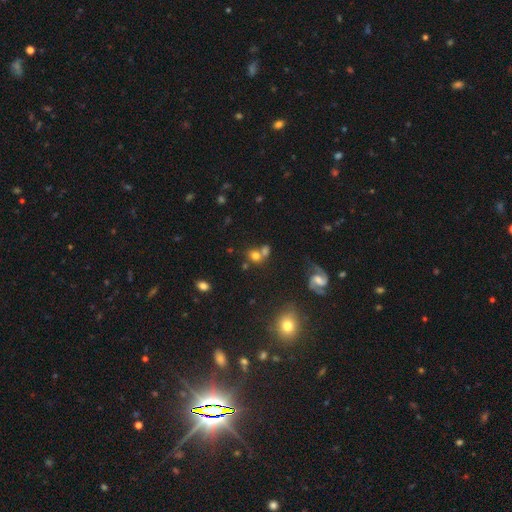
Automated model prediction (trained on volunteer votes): Smooth or featured: smooth — 67% (featured or disk — 18%)
How rounded: round — 72% (in between — 26%)
Merging: none — 47% (merger — 38%)